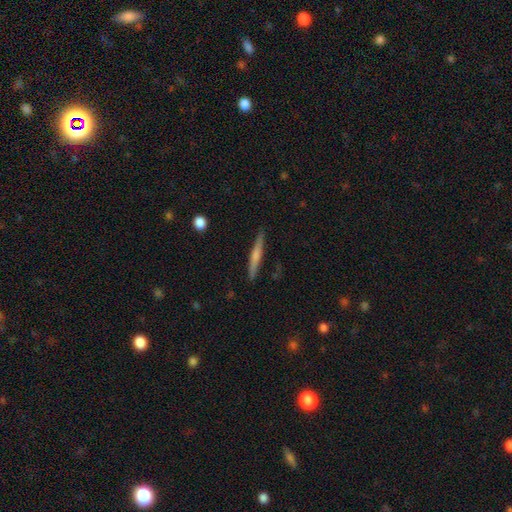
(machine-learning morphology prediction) A smooth galaxy with no disk features (51%) that is cigar-shaped (94%). Merging: none (88%).